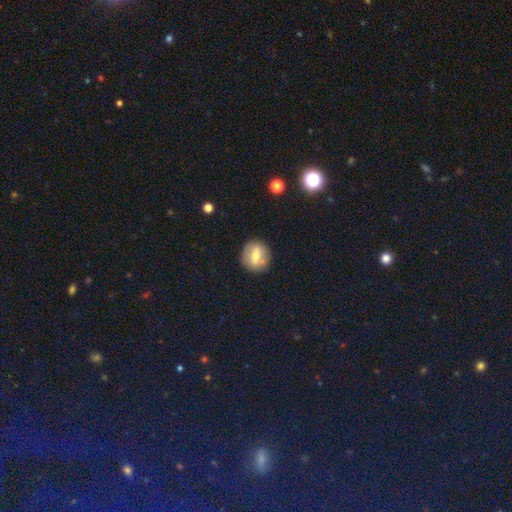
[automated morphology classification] Overall: smooth (54%; featured or disk 37%). How rounded: round (82%). Merging: none (84%).